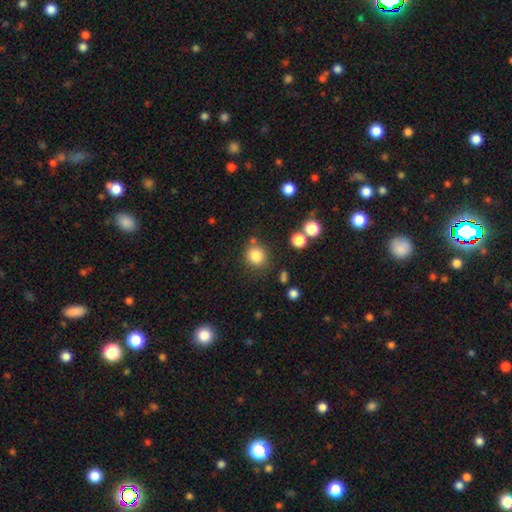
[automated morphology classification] Smooth or featured?
  - smooth: 83% *
  - star or artifact: 11%
  - featured or disk: 5%
How rounded?
  - round: 87% *
  - in between: 12%
  - cigar-shaped: 1%
Merging?
  - none: 78% *
  - minor disturbance: 10%
  - merger: 7%
  - major disturbance: 4%